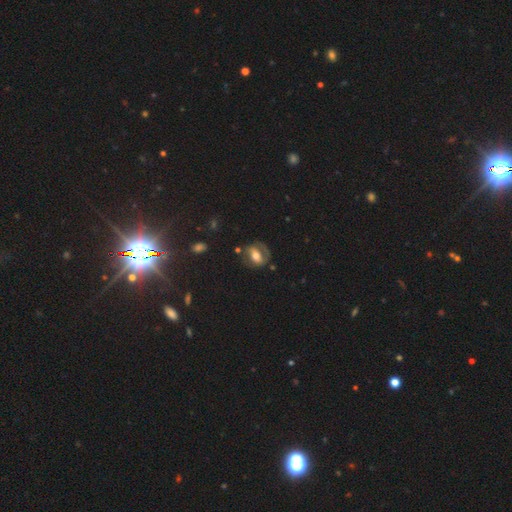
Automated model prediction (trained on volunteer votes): This is possibly a featured or disk galaxy (52%). It is clearly not viewed edge-on (93%). Merging: possibly none (59%).